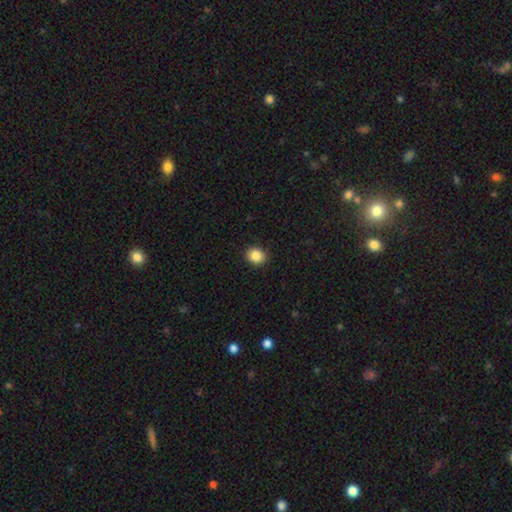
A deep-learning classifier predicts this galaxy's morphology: Q: Smooth or featured?
A: smooth (86%); runner-up: star or artifact (10%)
Q: How rounded?
A: round (73%); runner-up: in between (26%)
Q: Merging?
A: none (91%); runner-up: minor disturbance (6%)